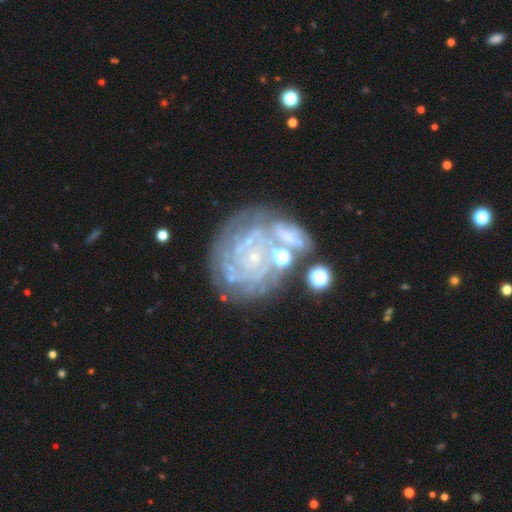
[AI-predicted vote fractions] smooth-or-featured: featured or disk: 81% | star or artifact: 11% | smooth: 8%
  disk-edge-on: no: 98% | yes: 2%
    bar: no: 73% | weak: 19% | strong: 7%
    has-spiral-arms: yes: 91% | no: 9%
      spiral-winding: tight: 77% | medium: 18% | loose: 5%
      spiral-arm-count: can't tell: 36% | 4: 15% | 3: 15% | 2: 14% | more than 4: 12% | 1: 8%
    bulge-size: small: 80% | moderate: 10% | none: 8% | large: 1% | dominant: 1%
  merging: none: 59% | minor disturbance: 17% | merger: 13% | major disturbance: 11%